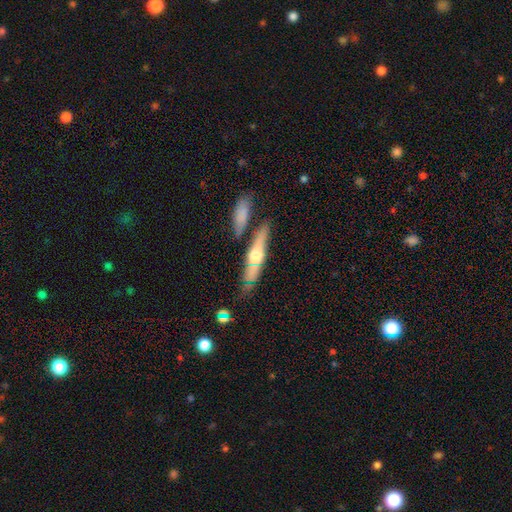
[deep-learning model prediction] Q: Smooth or featured?
A: featured or disk (65%); runner-up: smooth (29%)
Q: Edge-on disk?
A: yes (88%); runner-up: no (12%)
Q: Edge-on bulge?
A: rounded (88%); runner-up: none (6%)
Q: Merging?
A: none (71%); runner-up: minor disturbance (14%)